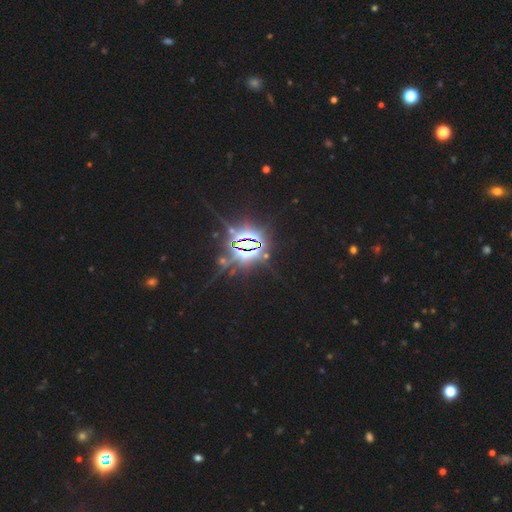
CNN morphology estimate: This is clearly a star or artifact rather than a galaxy (86%).